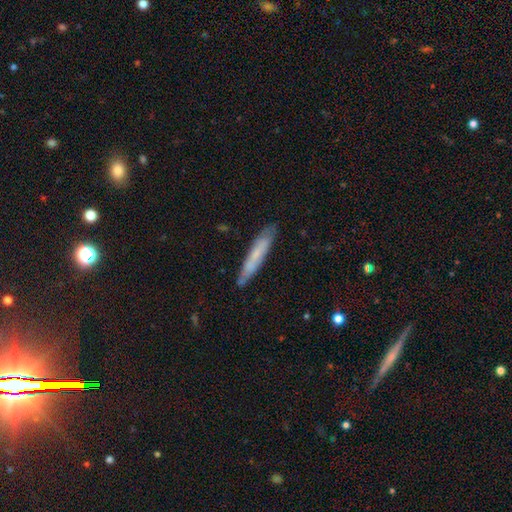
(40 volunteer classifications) Morphology: type=smooth (57%); roundness=cigar-shaped (100%); merging=none (85%).